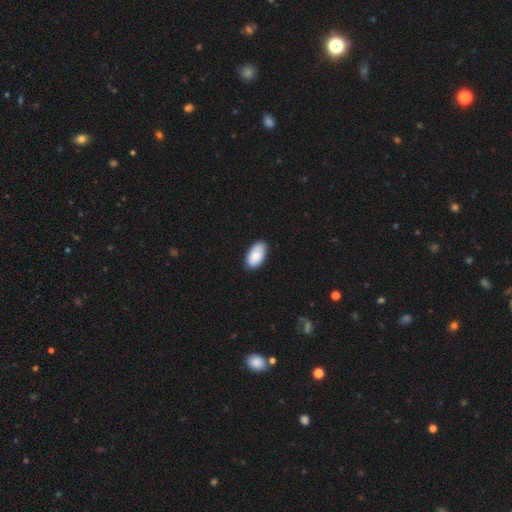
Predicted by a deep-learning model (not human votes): This is clearly a smooth galaxy (83%). How rounded: clearly in between (95%). Merging: clearly none (83%).